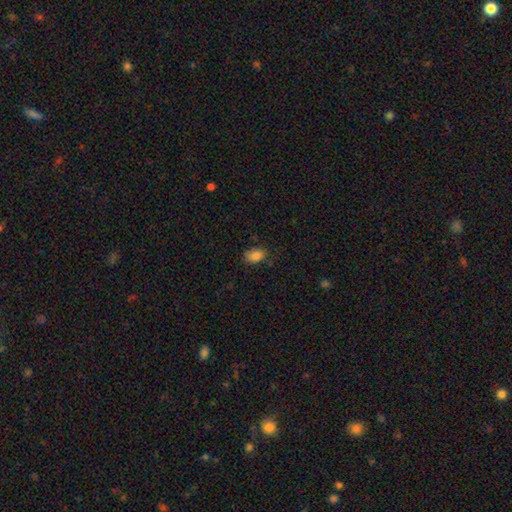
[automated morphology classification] This appears to be a smooth galaxy with no disk features (85%) that is in between round and cigar-shaped (87%). Merging: none (73%).